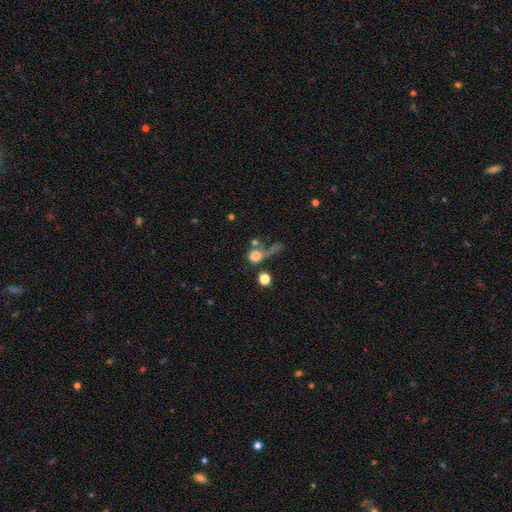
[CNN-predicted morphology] A smooth galaxy with no disk features (71%) that is round (82%).

Vote fractions:
- Smooth or featured? smooth: 71% / featured or disk: 16% / star or artifact: 13%
- How rounded? round: 82% / in between: 15% / cigar-shaped: 2%
- Merging? merger: 31% / none: 29% / major disturbance: 28% / minor disturbance: 12%